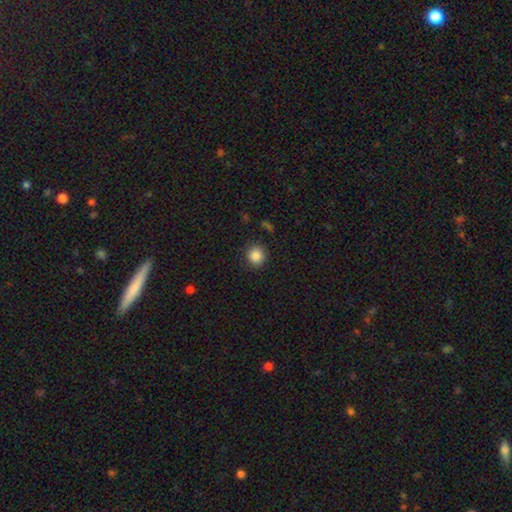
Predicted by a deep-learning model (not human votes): This appears to be a smooth galaxy with no disk features (87%) that is round (89%). Merging: none (88%).